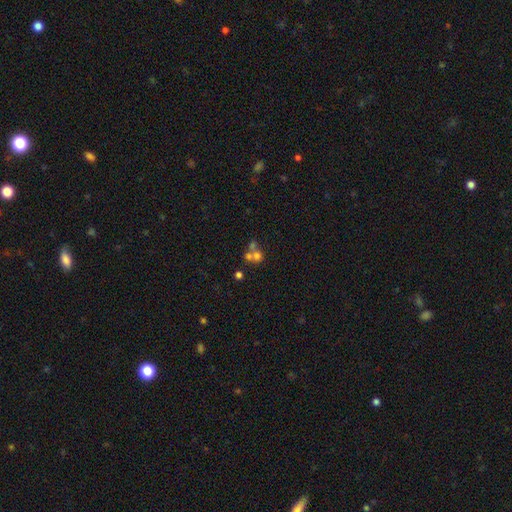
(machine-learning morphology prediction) This appears to be a smooth galaxy with no disk features (59%) that is round (80%). Merging: merger (56%).